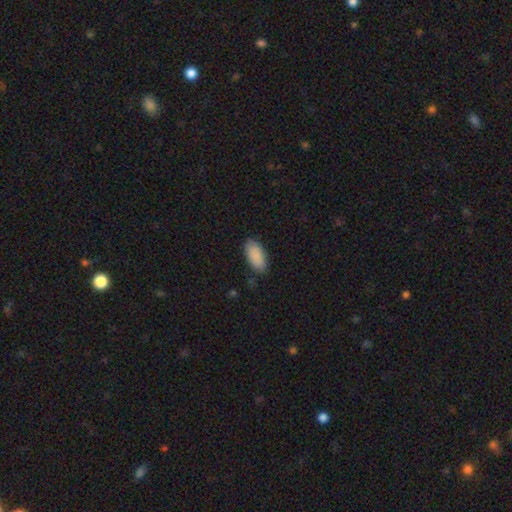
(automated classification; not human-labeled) Morphology: type=smooth (89%); roundness=in between (92%); merging=none (83%).